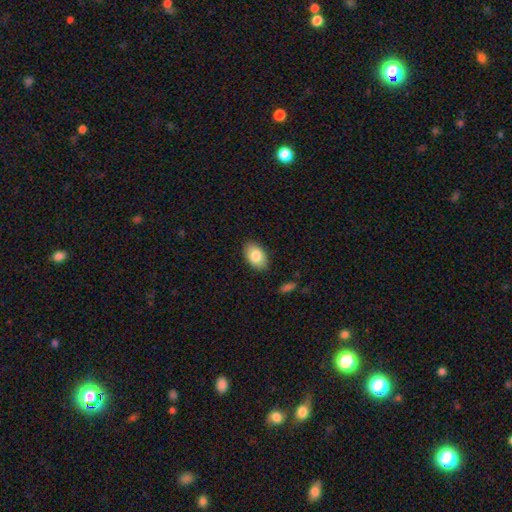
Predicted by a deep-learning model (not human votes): smooth-or-featured: smooth: 83% | featured or disk: 11% | star or artifact: 6%
  how-rounded: in between: 91% | round: 8% | cigar-shaped: 1%
  merging: none: 87% | minor disturbance: 10% | major disturbance: 2% | merger: 1%